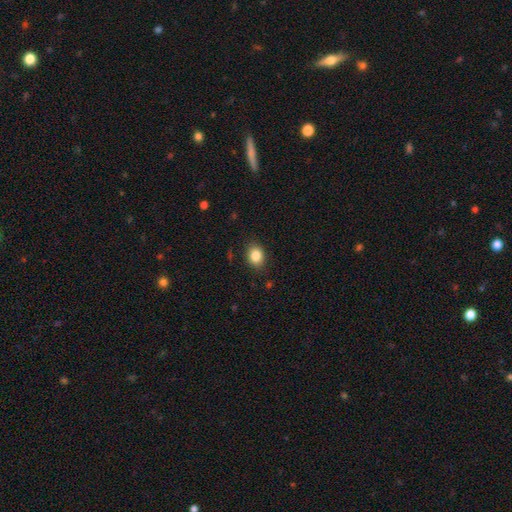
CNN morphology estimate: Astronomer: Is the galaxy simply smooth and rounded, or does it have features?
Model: smooth — 85%.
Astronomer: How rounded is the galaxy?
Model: in between — 61% (runner-up: round, 38%).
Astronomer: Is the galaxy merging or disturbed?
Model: none — 86%.